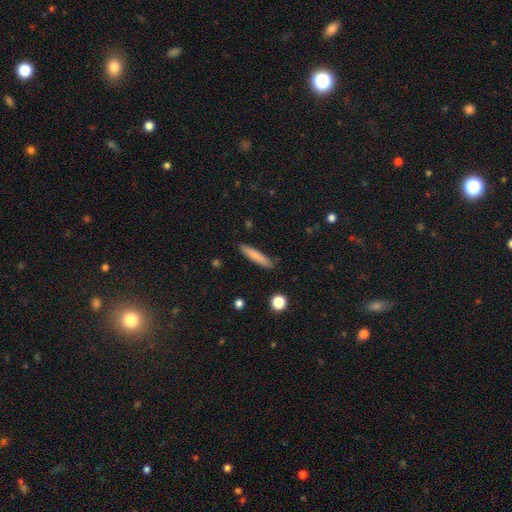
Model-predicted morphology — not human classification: smooth_or_featured: smooth (p=0.78) [alt: featured or disk p=0.15]
how_rounded: cigar-shaped (p=0.89) [alt: in between p=0.10]
merging: none (p=0.86) [alt: minor disturbance p=0.10]